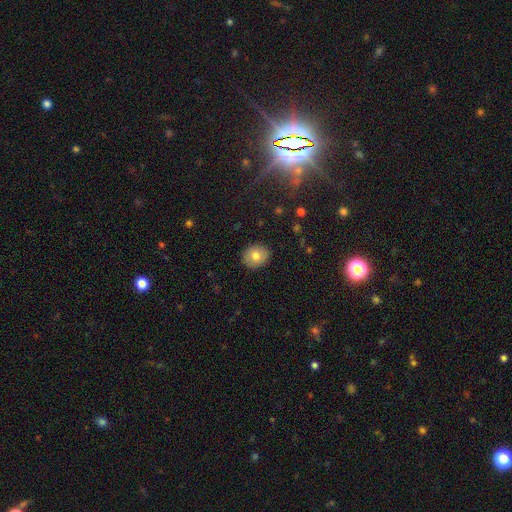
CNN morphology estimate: A smooth galaxy with no disk features (79%) that is round (66%). Merging: none (89%).